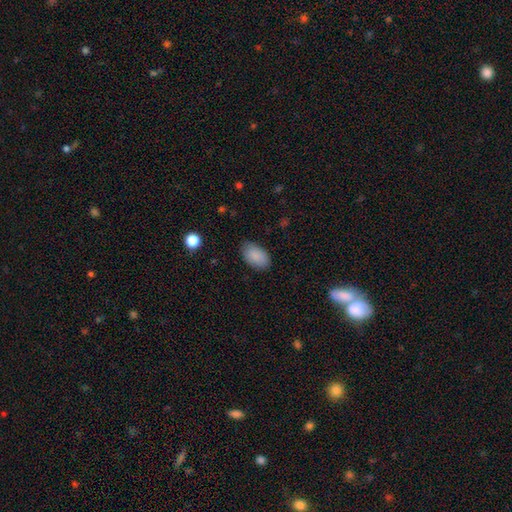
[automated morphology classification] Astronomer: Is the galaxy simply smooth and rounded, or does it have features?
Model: smooth — 88%.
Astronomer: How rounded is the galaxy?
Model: in between — 93%.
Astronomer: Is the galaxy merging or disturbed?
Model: none — 78%.